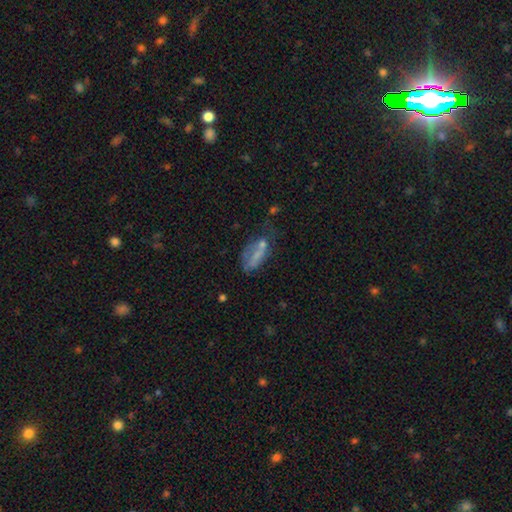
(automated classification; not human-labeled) Smooth or featured: smooth — 52% (featured or disk — 34%)
How rounded: in between — 78% (cigar-shaped — 16%)
Merging: major disturbance — 31% (none — 29%)